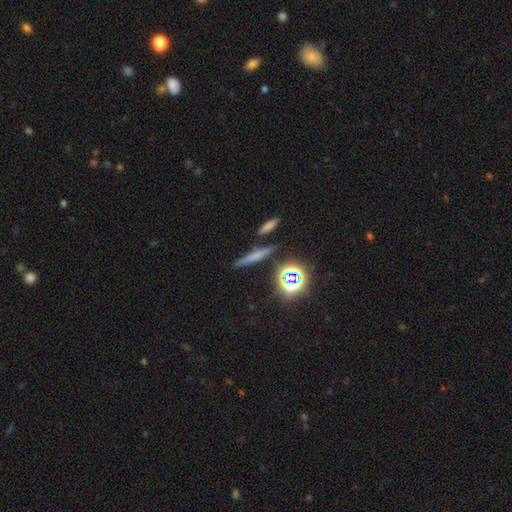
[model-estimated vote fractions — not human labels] Q: Smooth or featured?
A: smooth (56%); runner-up: star or artifact (22%)
Q: How rounded?
A: cigar-shaped (80%); runner-up: round (10%)
Q: Merging?
A: none (80%); runner-up: minor disturbance (10%)